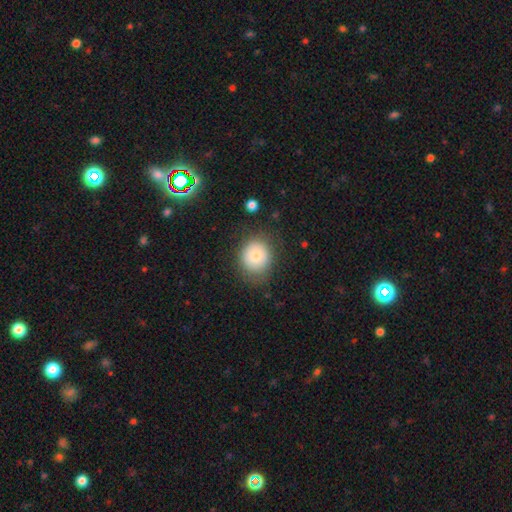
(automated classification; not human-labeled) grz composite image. It shows a smooth galaxy with no disk features (78%) that is round (76%). Merging: none (75%).